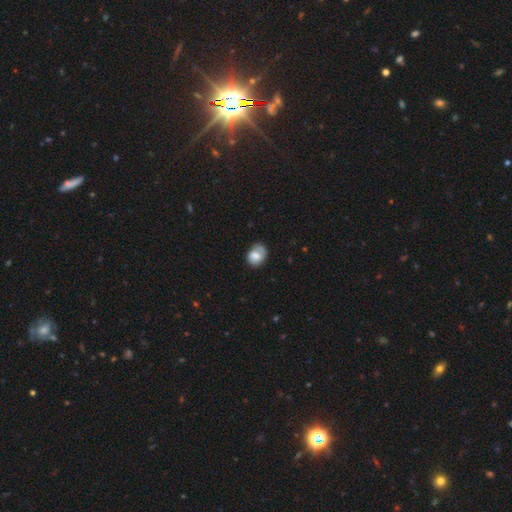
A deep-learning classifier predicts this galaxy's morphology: smooth-or-featured: smooth: 69% | featured or disk: 23% | star or artifact: 8%
  how-rounded: in between: 55% | round: 44% | cigar-shaped: 1%
  merging: none: 52% | minor disturbance: 30% | major disturbance: 13% | merger: 5%